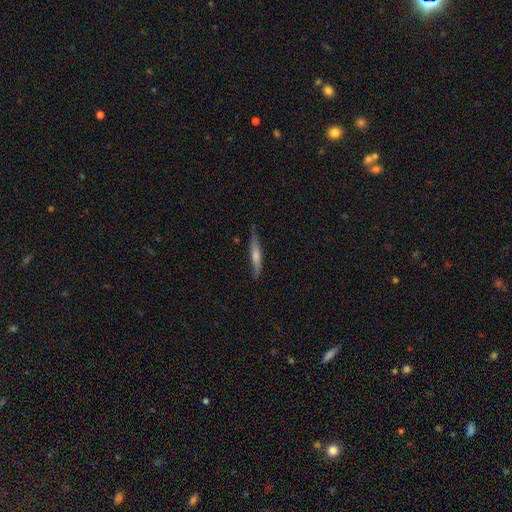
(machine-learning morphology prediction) This appears to be a featured or disk galaxy (54%) viewed edge-on (94%) with a rounded central bulge (56%). Merging: none (81%).